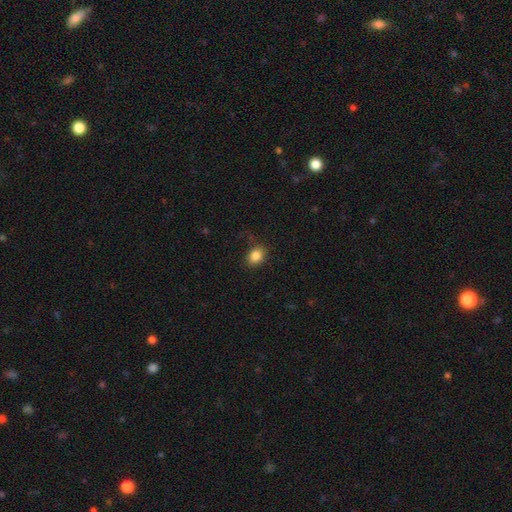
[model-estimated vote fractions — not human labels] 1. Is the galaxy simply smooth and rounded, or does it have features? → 85% smooth, 10% star or artifact, 5% featured or disk.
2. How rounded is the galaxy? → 58% in between, 41% round, 1% cigar-shaped.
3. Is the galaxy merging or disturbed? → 79% none, 15% minor disturbance, 4% major disturbance, 1% merger.